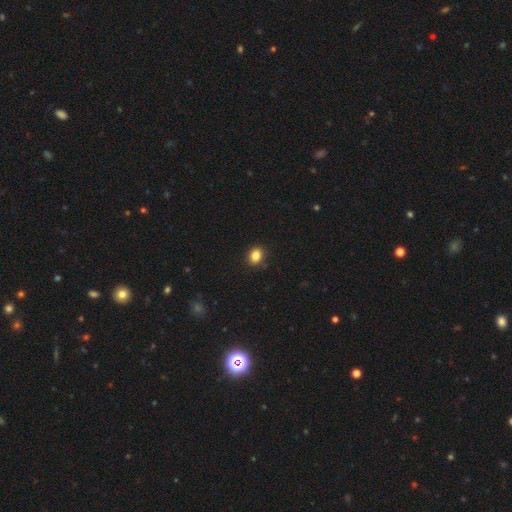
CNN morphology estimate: type=smooth (85%); roundness=in between (58%); merging=none (89%).